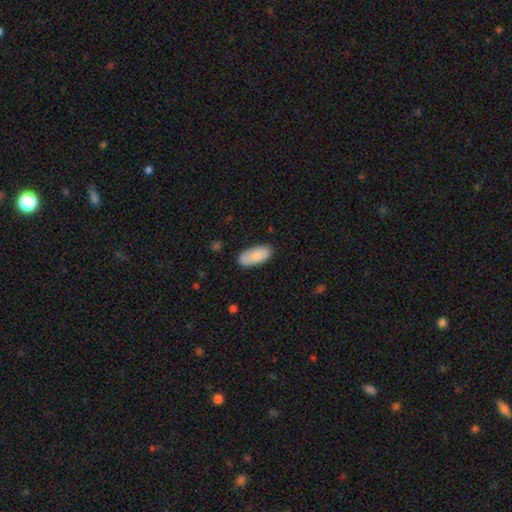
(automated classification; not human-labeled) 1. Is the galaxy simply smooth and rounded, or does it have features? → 86% smooth, 8% featured or disk, 6% star or artifact.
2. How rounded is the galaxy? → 86% in between, 13% cigar-shaped, 2% round.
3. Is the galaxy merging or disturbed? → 83% none, 13% minor disturbance, 3% major disturbance, 2% merger.